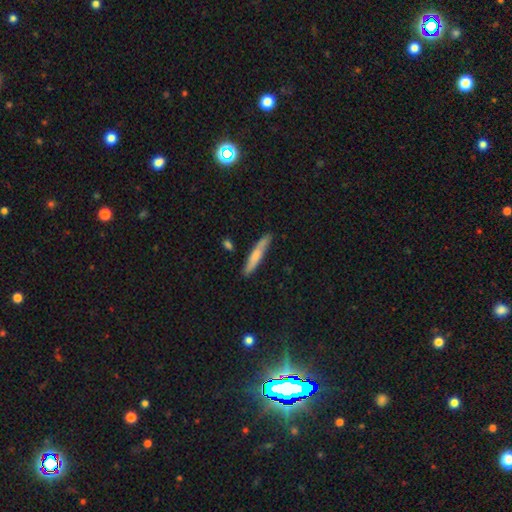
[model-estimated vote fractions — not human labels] smooth-or-featured: smooth: 67% | featured or disk: 28% | star or artifact: 6%
  how-rounded: cigar-shaped: 91% | in between: 7% | round: 1%
  merging: none: 84% | minor disturbance: 11% | merger: 3% | major disturbance: 2%